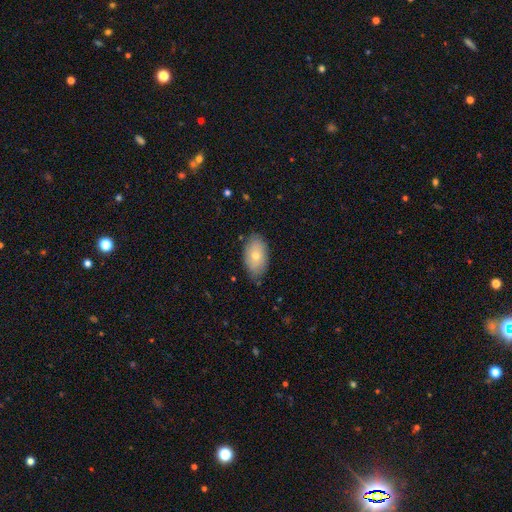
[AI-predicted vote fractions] Overall: smooth (72%). How rounded: in between (93%). Merging: none (80%).